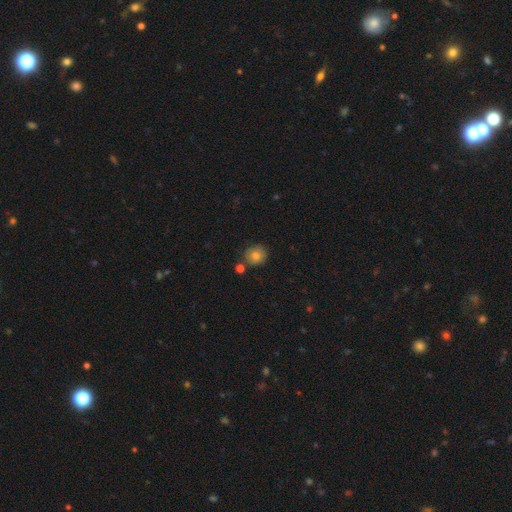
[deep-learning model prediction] Morphology: type=smooth (77%); roundness=round (86%); merging=none (77%).